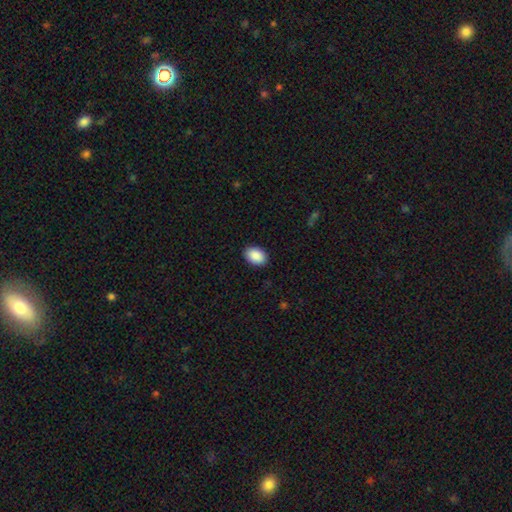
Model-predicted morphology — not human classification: smooth 90%, star or artifact 7%, featured or disk 3%. Down the decision tree: how rounded — in between (85%); merging — none (89%).